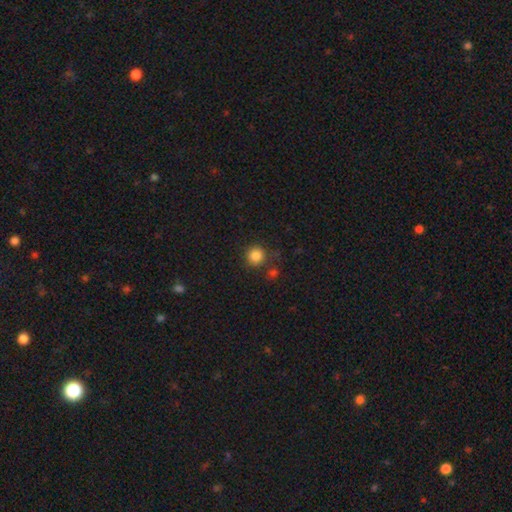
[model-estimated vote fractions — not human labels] Smooth or featured? smooth (84%)
How rounded? round (94%)
Merging? none (80%)